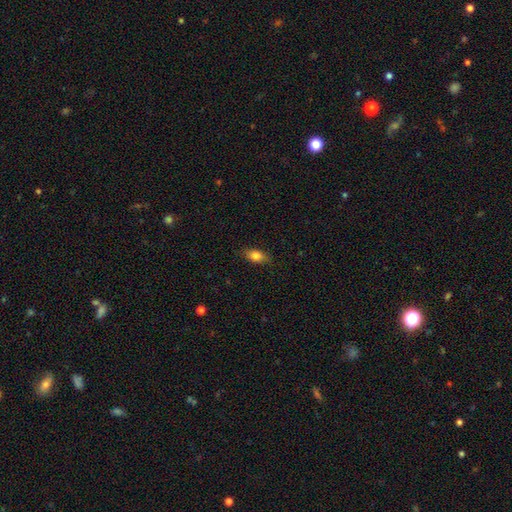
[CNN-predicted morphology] Smooth or featured? smooth (82%)
How rounded? in between (86%)
Merging? none (85%)